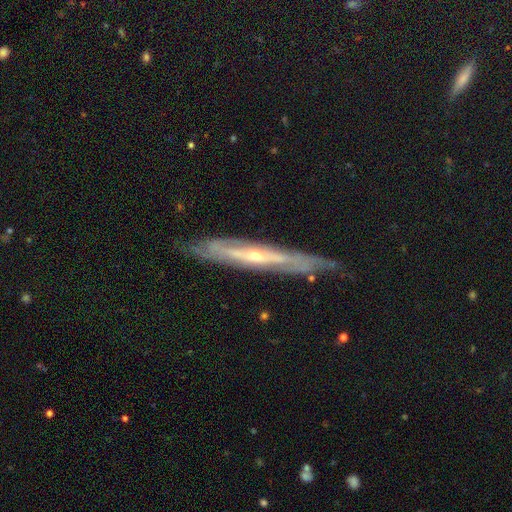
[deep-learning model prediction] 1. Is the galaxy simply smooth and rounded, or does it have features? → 79% featured or disk, 13% smooth, 7% star or artifact.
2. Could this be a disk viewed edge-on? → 68% yes, 32% no.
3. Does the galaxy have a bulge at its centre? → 63% rounded, 35% none, 3% boxy.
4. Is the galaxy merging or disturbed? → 76% none, 18% minor disturbance, 4% major disturbance, 1% merger.